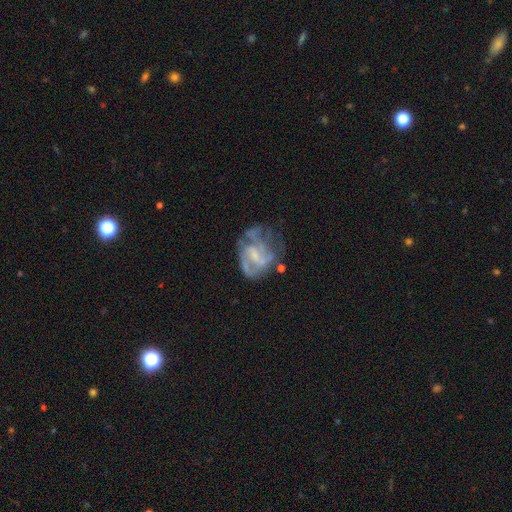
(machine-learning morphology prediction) smooth_or_featured: featured or disk (p=0.72) [alt: smooth p=0.19]
disk_edge_on: no (p=0.98) [alt: yes p=0.02]
bar: weak (p=0.43) [tied with: no p=0.43]
has_spiral_arms: yes (p=0.59) [alt: no p=0.41]
bulge_size: small (p=0.38) [alt: none p=0.34]
merging: none (p=0.37) [alt: major disturbance p=0.34]